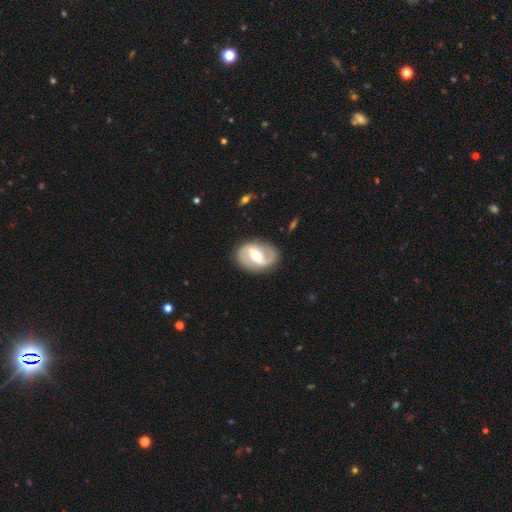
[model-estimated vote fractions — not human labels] A featured or disk galaxy (84%) with a strong bar (41%), 2 (91%) medium (42%) spiral arms (91%) and a moderate central bulge (63%). Merging: none (85%).